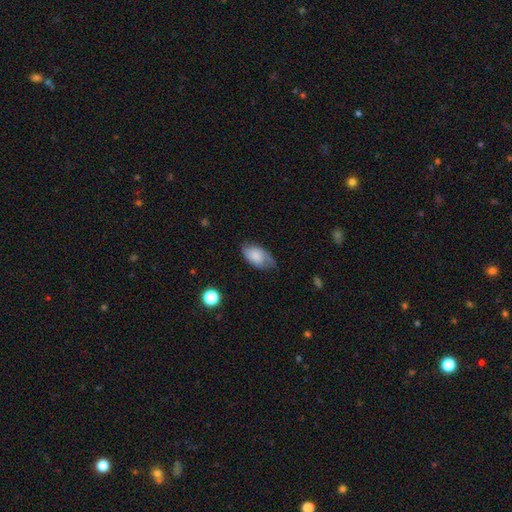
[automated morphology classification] Smooth or featured: smooth — 73% (featured or disk — 19%)
How rounded: in between — 93% (round — 5%)
Merging: none — 53% (minor disturbance — 34%)